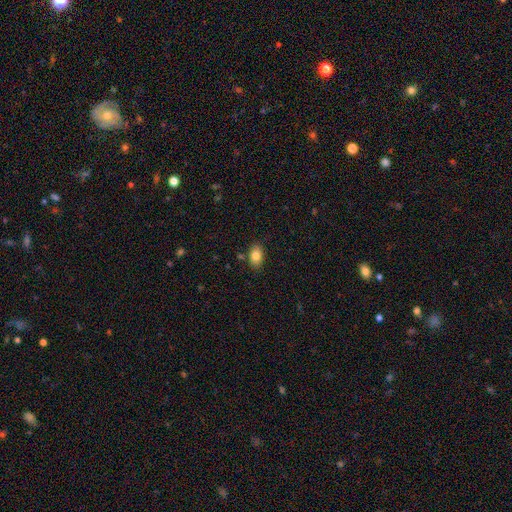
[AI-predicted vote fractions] Smooth or featured?
  - smooth: 83% *
  - featured or disk: 9%
  - star or artifact: 8%
How rounded?
  - in between: 87% *
  - round: 12%
  - cigar-shaped: 2%
Merging?
  - none: 83% *
  - minor disturbance: 11%
  - merger: 3%
  - major disturbance: 2%